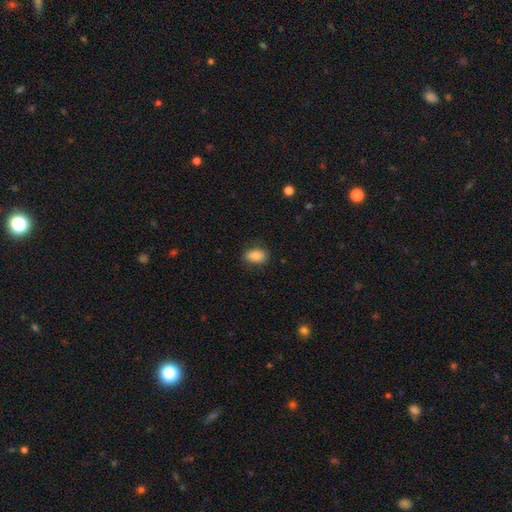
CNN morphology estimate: A smooth galaxy with no disk features (86%) that is in between round and cigar-shaped (85%). Merging: none (81%).